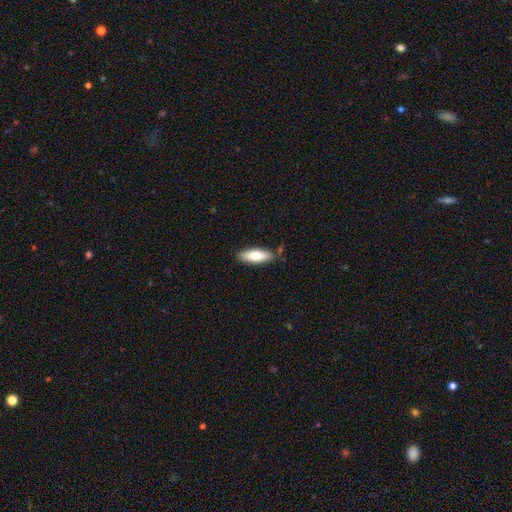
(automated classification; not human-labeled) Overall: smooth (71%). How rounded: in between (56%; cigar-shaped 42%). Merging: none (82%).